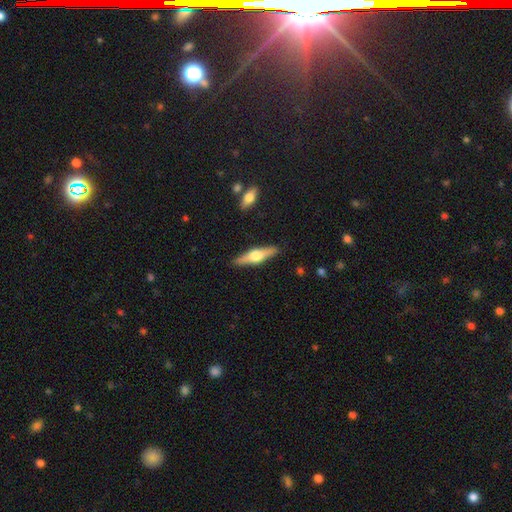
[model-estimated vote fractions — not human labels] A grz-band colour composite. It shows a featured or disk galaxy (62%) viewed edge-on (96%) with a rounded central bulge (94%). Merging: none (89%).